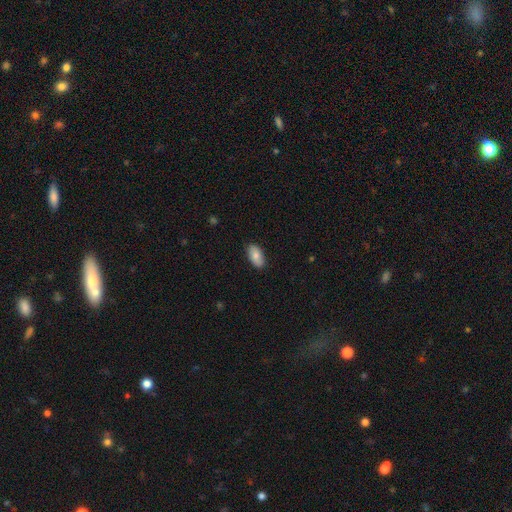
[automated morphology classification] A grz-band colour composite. It shows a smooth galaxy with no disk features (80%) that is in between round and cigar-shaped (94%). Merging: none (86%).